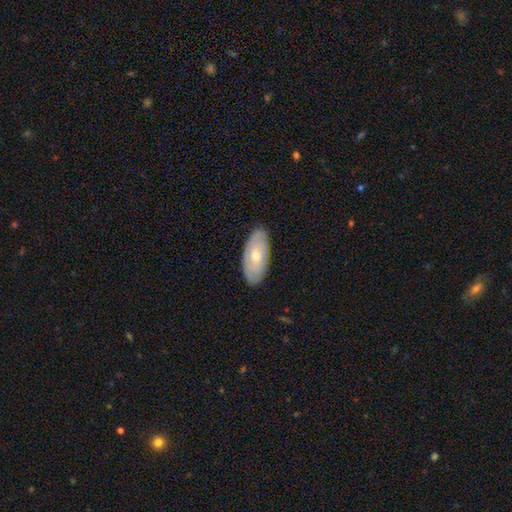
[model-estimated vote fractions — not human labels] smooth-or-featured: featured or disk: 49% | smooth: 46% | star or artifact: 6%
  merging: none: 86% | minor disturbance: 11% | major disturbance: 2% | merger: 1%